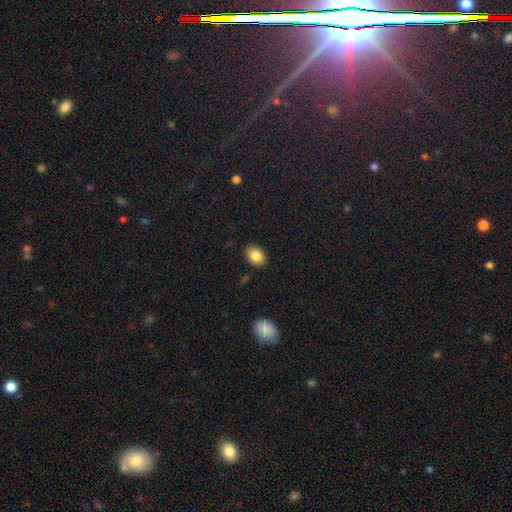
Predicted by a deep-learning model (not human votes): smooth-or-featured: smooth: 85% | star or artifact: 8% | featured or disk: 7%
  how-rounded: in between: 72% | round: 27% | cigar-shaped: 1%
  merging: none: 88% | minor disturbance: 9% | major disturbance: 2% | merger: 1%